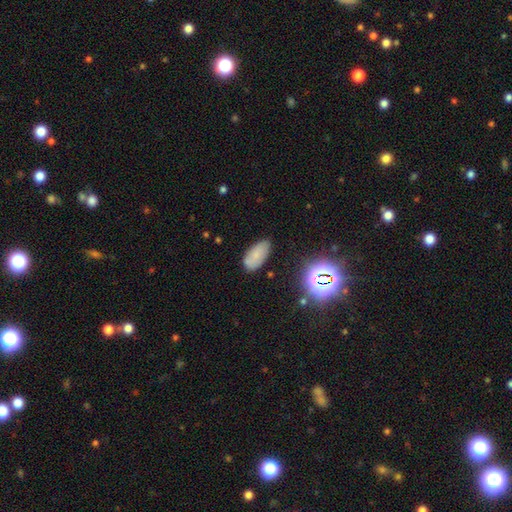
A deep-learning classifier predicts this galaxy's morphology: smooth-or-featured: smooth: 74% | featured or disk: 14% | star or artifact: 12%
  how-rounded: in between: 92% | cigar-shaped: 4% | round: 3%
  merging: none: 74% | minor disturbance: 19% | major disturbance: 4% | merger: 3%